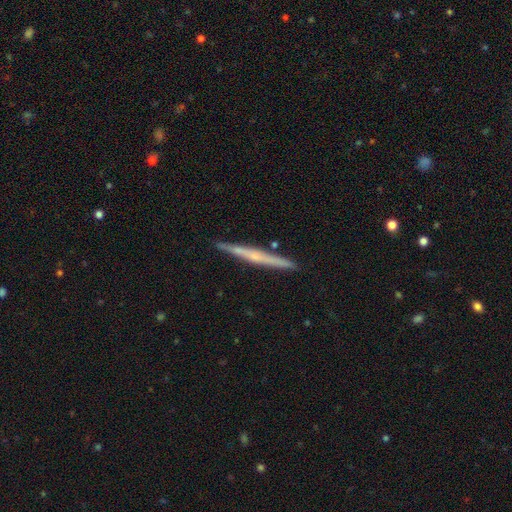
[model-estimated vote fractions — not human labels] smooth-or-featured: featured or disk: 63% | smooth: 31% | star or artifact: 6%
  disk-edge-on: yes: 98% | no: 2%
    edge-on-bulge: none: 58% | rounded: 34% | boxy: 8%
  merging: none: 90% | minor disturbance: 7% | merger: 1% | major disturbance: 1%